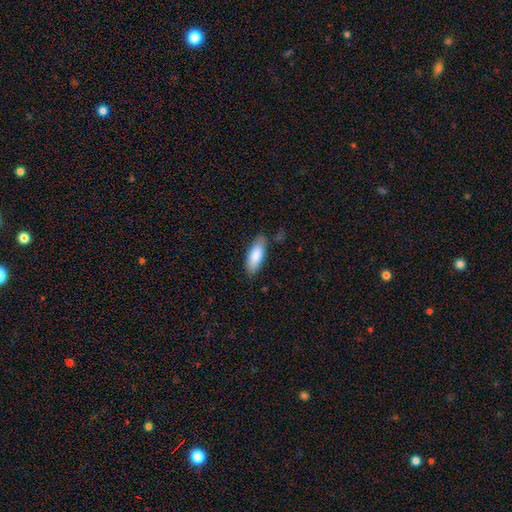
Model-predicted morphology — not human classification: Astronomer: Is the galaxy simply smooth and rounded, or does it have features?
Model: smooth — 84%.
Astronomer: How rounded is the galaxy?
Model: in between — 71%.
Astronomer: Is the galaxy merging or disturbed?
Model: none — 79%.